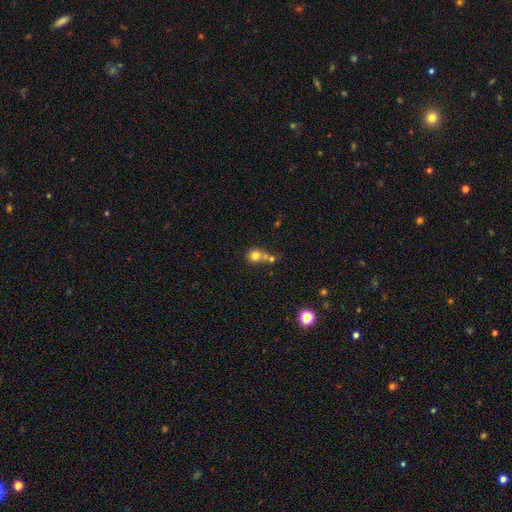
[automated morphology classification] type=smooth (74%); roundness=round (79%); merging=merger (49%).